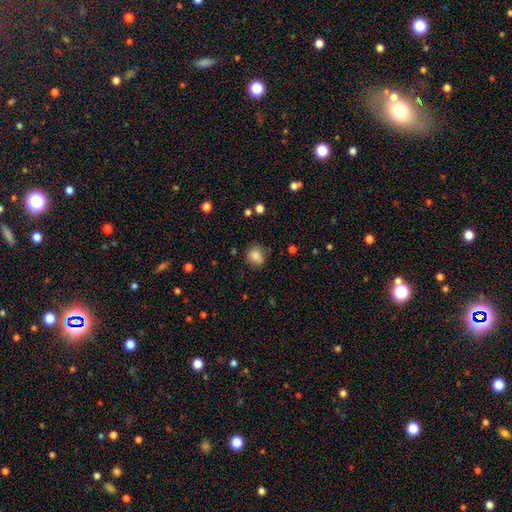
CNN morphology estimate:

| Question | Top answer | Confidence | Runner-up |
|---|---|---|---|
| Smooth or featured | smooth | 84% | star or artifact (10%) |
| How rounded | round | 73% | in between (26%) |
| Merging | none | 75% | minor disturbance (18%) |